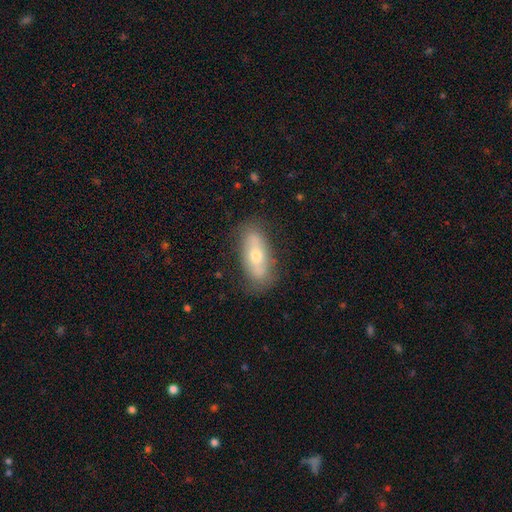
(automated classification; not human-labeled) smooth-or-featured: smooth: 52% | featured or disk: 41% | star or artifact: 7%
  how-rounded: in between: 75% | cigar-shaped: 22% | round: 4%
  merging: none: 79% | minor disturbance: 15% | major disturbance: 4% | merger: 2%